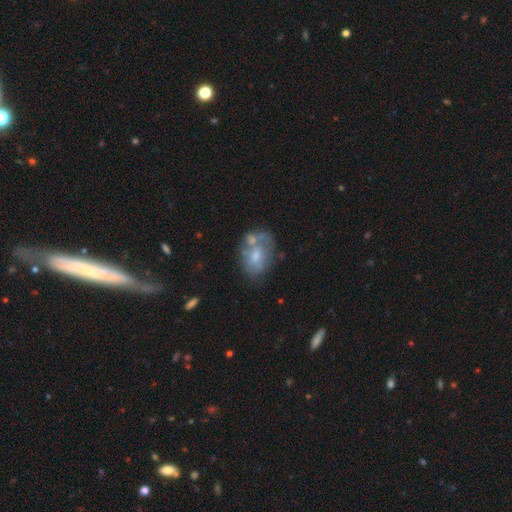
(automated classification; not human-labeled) This is possibly a smooth galaxy (47%). Merging: marginally none (38%).